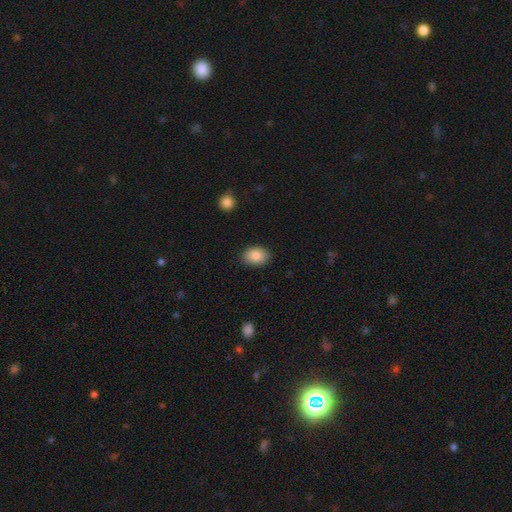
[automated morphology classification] Smooth or featured? smooth (88%)
How rounded? in between (76%)
Merging? none (86%)